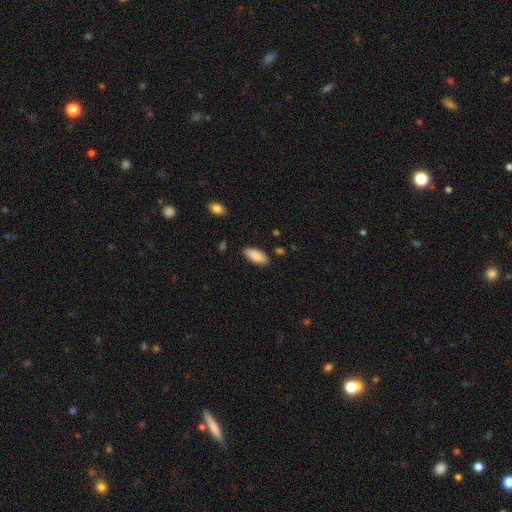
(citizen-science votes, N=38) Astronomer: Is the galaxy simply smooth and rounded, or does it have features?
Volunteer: smooth — 92%.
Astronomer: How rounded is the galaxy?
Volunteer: in between — 89%.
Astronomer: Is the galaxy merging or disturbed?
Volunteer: none — 94%.